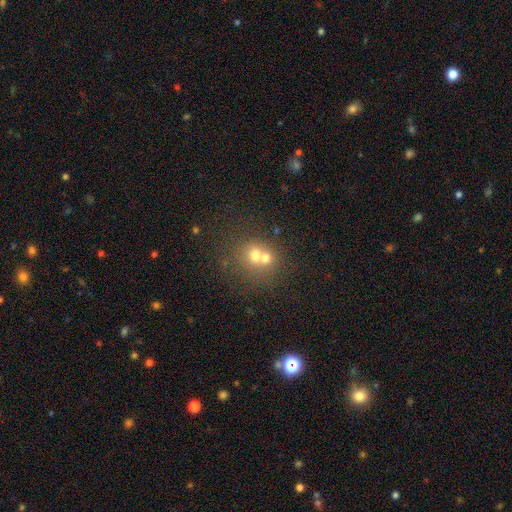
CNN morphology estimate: smooth_or_featured: smooth (p=0.61) [alt: featured or disk p=0.24]
how_rounded: round (p=0.78) [alt: in between p=0.21]
merging: merger (p=0.57) [alt: none p=0.32]